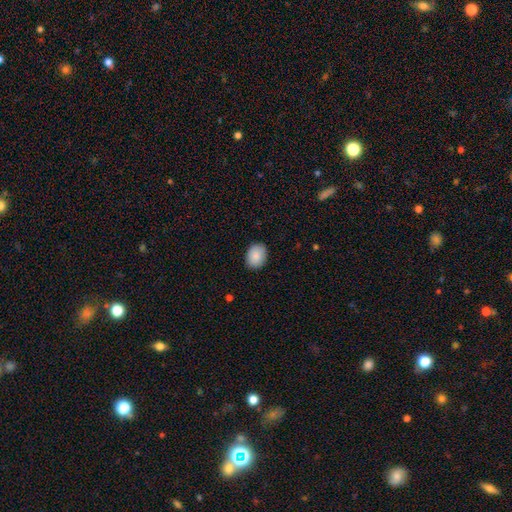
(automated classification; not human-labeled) A smooth galaxy with no disk features (89%) that is in between round and cigar-shaped (65%). Merging: none (87%).